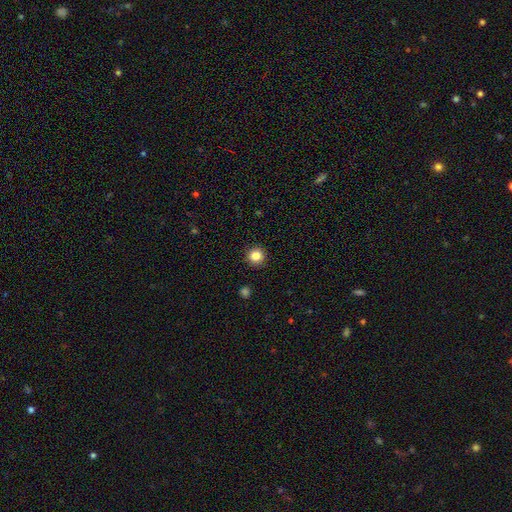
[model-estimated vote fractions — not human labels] The model was most divided on "smooth or featured": smooth: 84%, star or artifact: 11%, featured or disk: 5%. More confident: how rounded — round (95%); merging — none (93%).